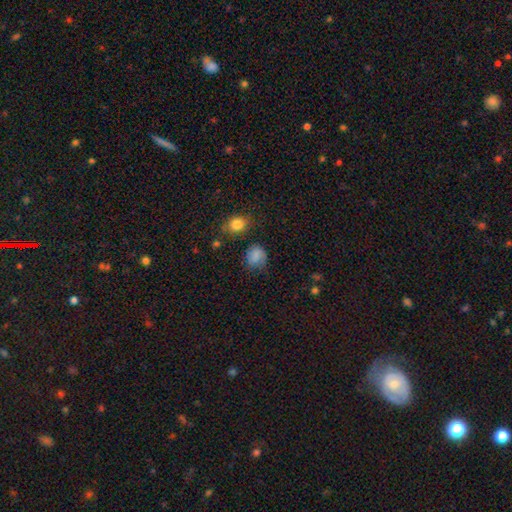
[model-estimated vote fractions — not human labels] This is likely a smooth galaxy (77%). How rounded: likely round (63%). Merging: possibly none (59%).